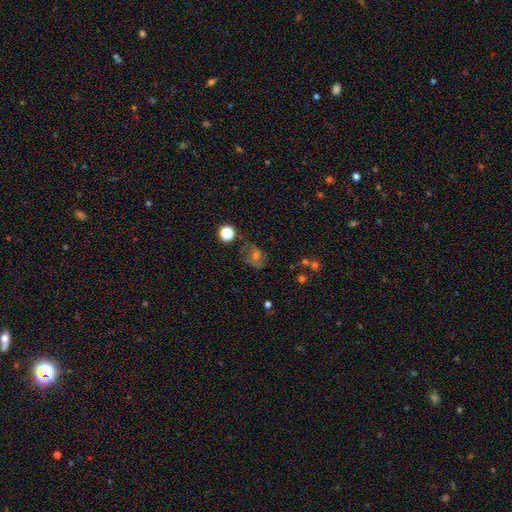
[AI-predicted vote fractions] smooth-or-featured: smooth: 38% | featured or disk: 36% | star or artifact: 27%
  merging: none: 66% | minor disturbance: 20% | major disturbance: 11% | merger: 3%